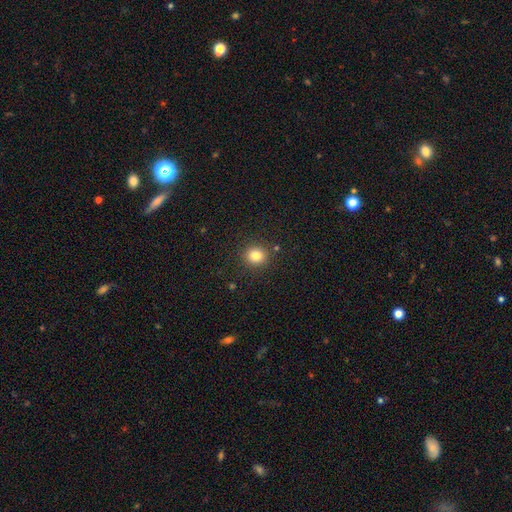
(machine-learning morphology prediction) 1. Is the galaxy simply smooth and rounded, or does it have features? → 81% smooth, 12% star or artifact, 7% featured or disk.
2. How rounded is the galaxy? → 86% round, 13% in between, 1% cigar-shaped.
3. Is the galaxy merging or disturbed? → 88% none, 7% minor disturbance, 2% major disturbance, 2% merger.